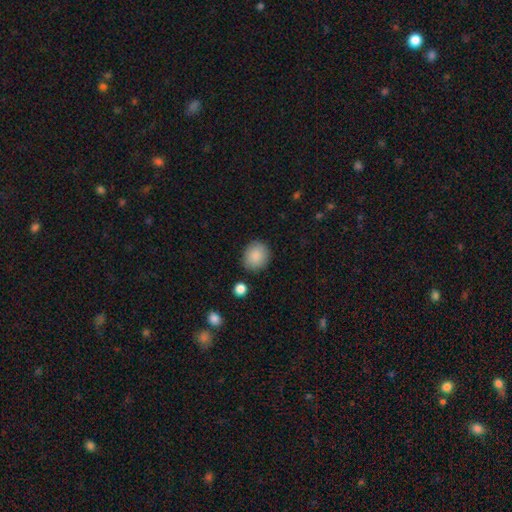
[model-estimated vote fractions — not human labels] Q: Smooth or featured?
A: smooth (88%); runner-up: star or artifact (7%)
Q: How rounded?
A: round (76%); runner-up: in between (23%)
Q: Merging?
A: none (86%); runner-up: minor disturbance (9%)